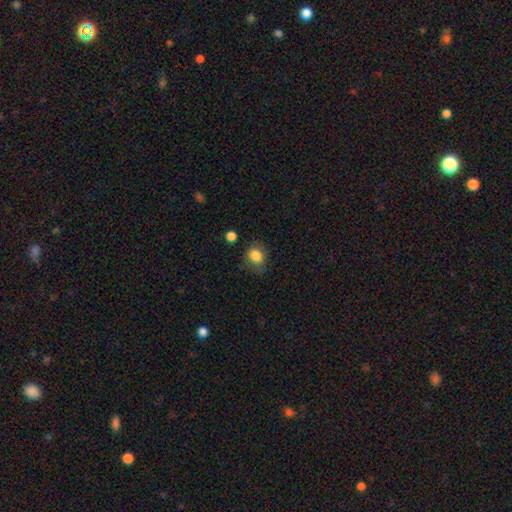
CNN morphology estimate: A smooth galaxy with no disk features (83%) that is round (58%).

Vote fractions:
- Smooth or featured? smooth: 83% / star or artifact: 10% / featured or disk: 8%
- How rounded? round: 58% / in between: 41% / cigar-shaped: 1%
- Merging? none: 68% / minor disturbance: 22% / major disturbance: 8% / merger: 2%